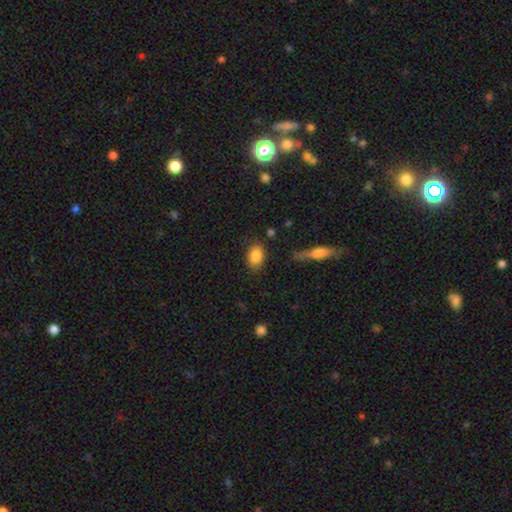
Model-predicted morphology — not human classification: Smooth or featured? Predicted: smooth (p=0.86). How rounded? Predicted: in between (p=0.83). Merging? Predicted: none (p=0.80).